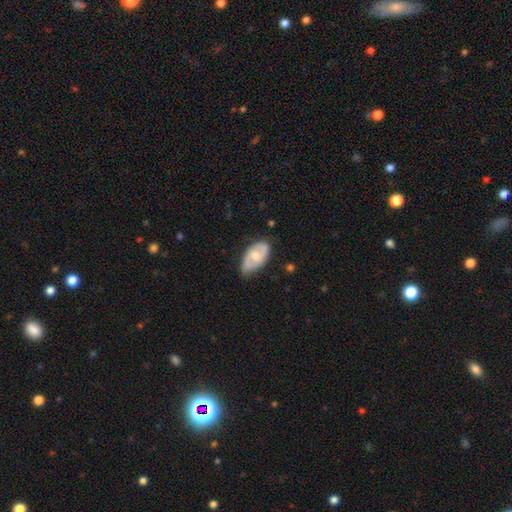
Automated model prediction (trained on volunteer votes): Smooth or featured? featured or disk (49%)
Merging? none (57%)